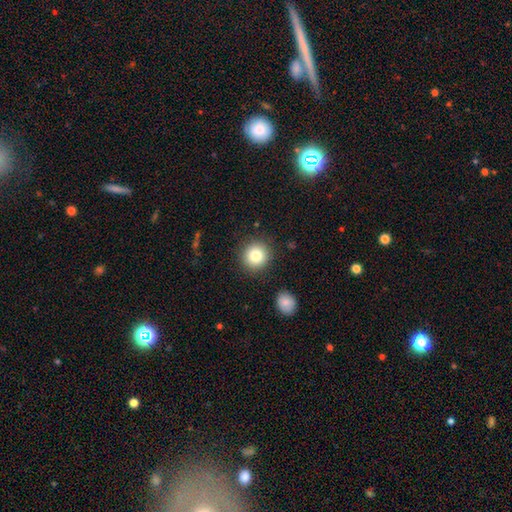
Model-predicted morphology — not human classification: Smooth or featured: smooth — 83% (star or artifact — 10%)
How rounded: round — 92% (in between — 8%)
Merging: none — 88% (minor disturbance — 7%)